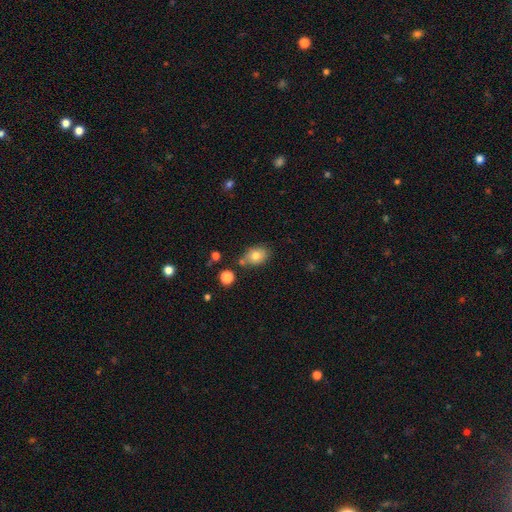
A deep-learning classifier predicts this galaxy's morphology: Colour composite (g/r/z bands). It shows a smooth galaxy with no disk features (77%) that is in between round and cigar-shaped (66%). Merging: none (66%).